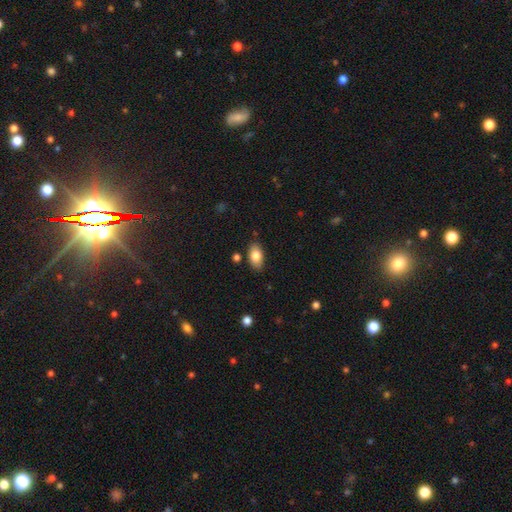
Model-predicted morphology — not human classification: The model was most divided on "smooth or featured": smooth: 82%, featured or disk: 11%, star or artifact: 7%. More confident: how rounded — in between (92%); merging — none (84%).